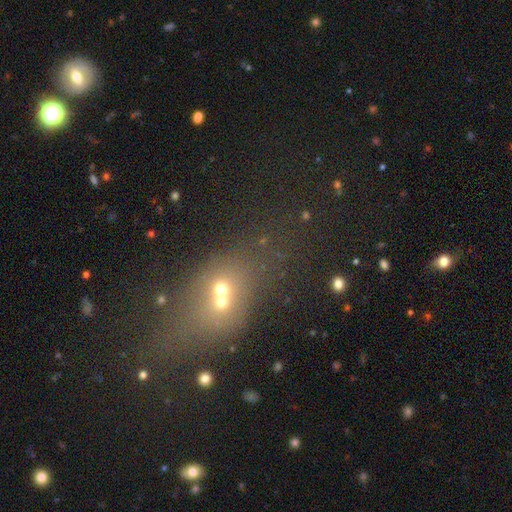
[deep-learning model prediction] Smooth or featured? Predicted: smooth (p=0.43). Merging? Predicted: none (p=0.49).